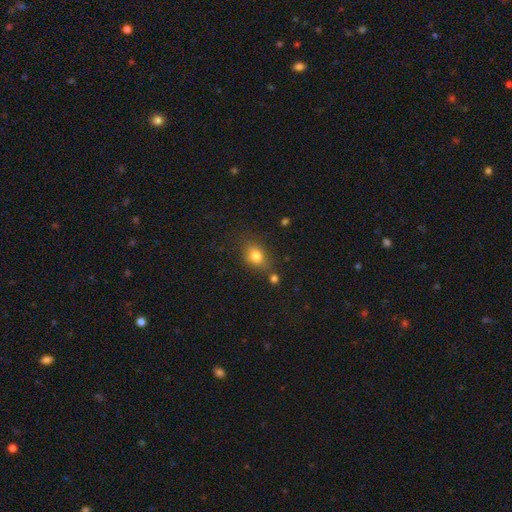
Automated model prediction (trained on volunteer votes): A smooth galaxy with no disk features (80%) that is in between round and cigar-shaped (58%). Merging: none (69%).